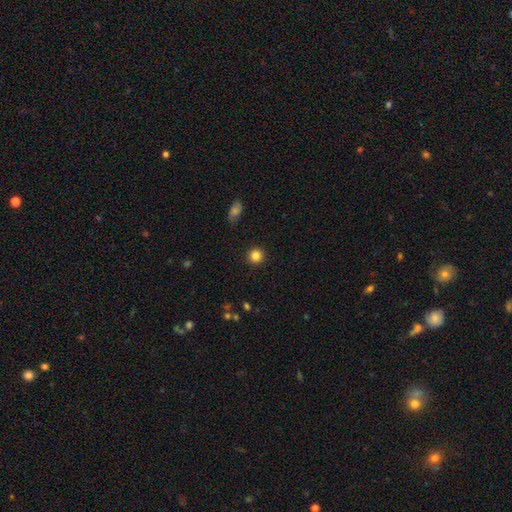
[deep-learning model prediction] Smooth or featured: smooth — 84% (star or artifact — 11%)
How rounded: round — 94% (in between — 5%)
Merging: none — 92% (minor disturbance — 5%)